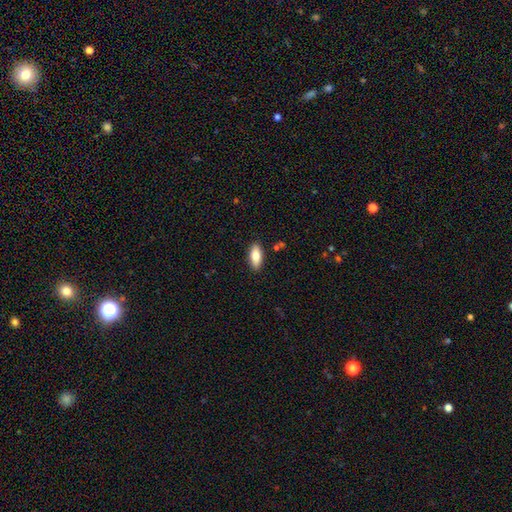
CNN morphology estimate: type=smooth (78%); roundness=in between (80%); merging=none (87%).